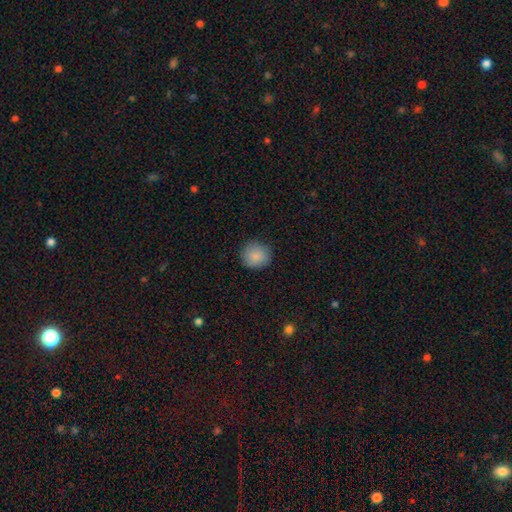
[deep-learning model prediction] Overall: smooth (88%). How rounded: round (90%). Merging: none (86%).